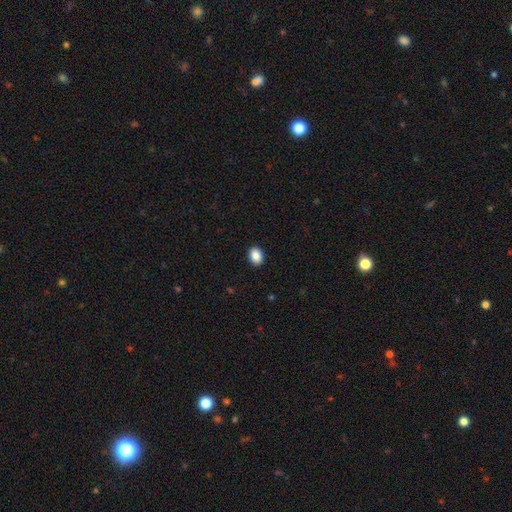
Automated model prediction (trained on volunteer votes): This is clearly a smooth galaxy (88%). How rounded: likely in between (68%). Merging: clearly none (91%).